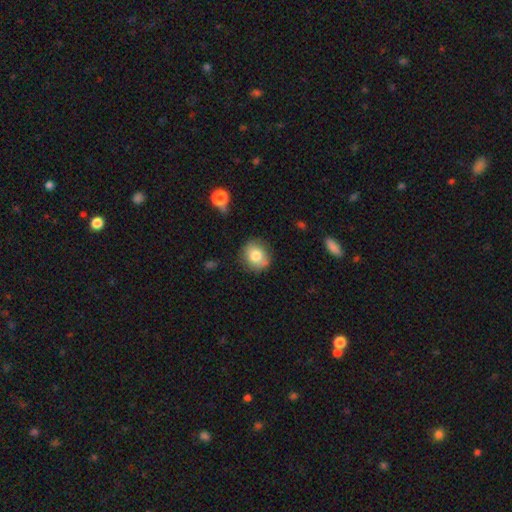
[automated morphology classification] Smooth or featured: smooth — 79% (featured or disk — 12%)
How rounded: round — 74% (in between — 25%)
Merging: none — 80% (minor disturbance — 15%)